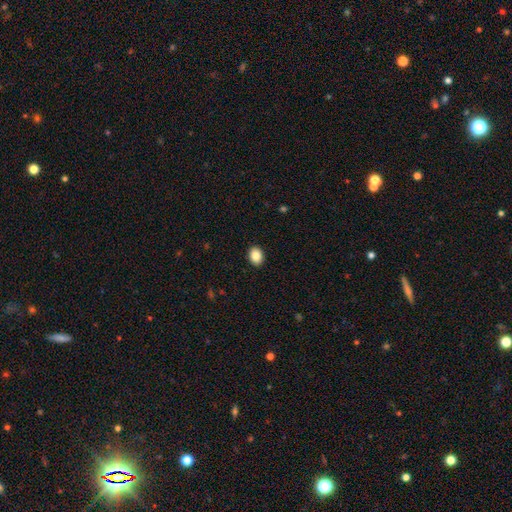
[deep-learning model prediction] Overall: smooth (87%). How rounded: in between (63%; round 36%). Merging: none (91%).